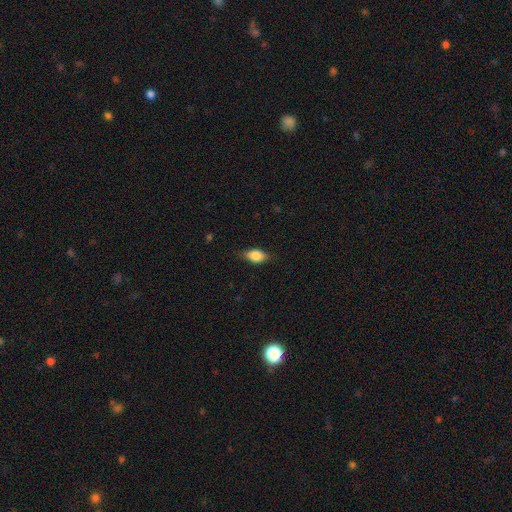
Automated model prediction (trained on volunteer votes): Smooth or featured?
  - smooth: 80% *
  - featured or disk: 12%
  - star or artifact: 8%
How rounded?
  - in between: 82% *
  - round: 13%
  - cigar-shaped: 5%
Merging?
  - none: 75% *
  - minor disturbance: 20%
  - major disturbance: 4%
  - merger: 1%